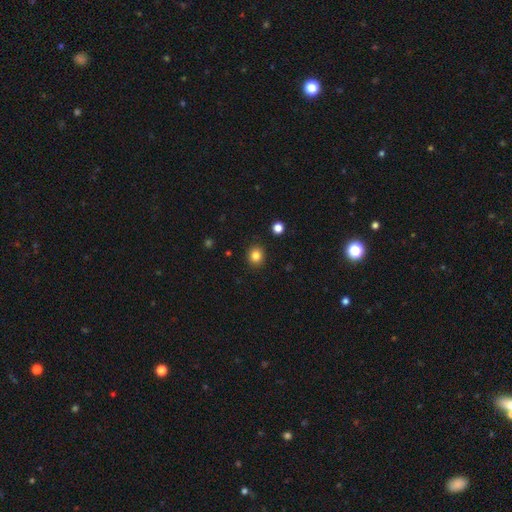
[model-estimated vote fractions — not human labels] This is clearly a smooth galaxy (84%). How rounded: clearly round (84%). Merging: clearly none (91%).